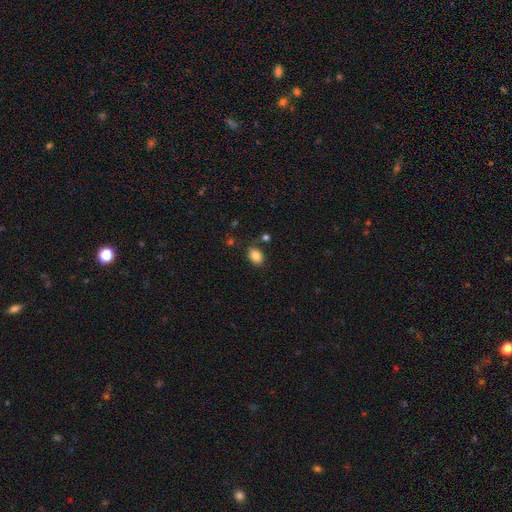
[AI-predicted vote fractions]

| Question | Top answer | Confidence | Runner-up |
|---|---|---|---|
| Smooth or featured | smooth | 85% | star or artifact (9%) |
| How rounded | in between | 78% | round (21%) |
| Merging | none | 80% | minor disturbance (12%) |